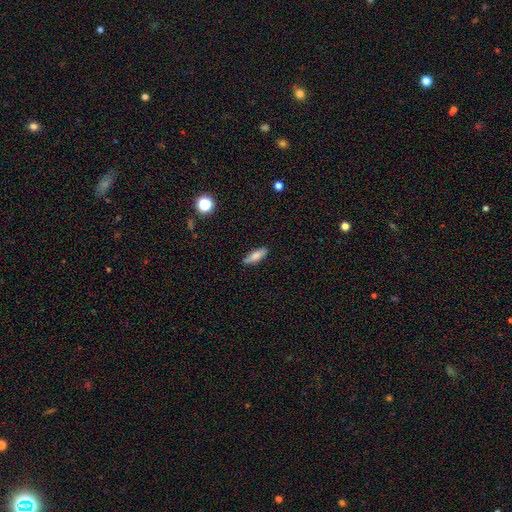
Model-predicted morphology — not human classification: Smooth or featured: smooth — 77% (featured or disk — 15%)
How rounded: in between — 59% (cigar-shaped — 39%)
Merging: none — 81% (minor disturbance — 15%)